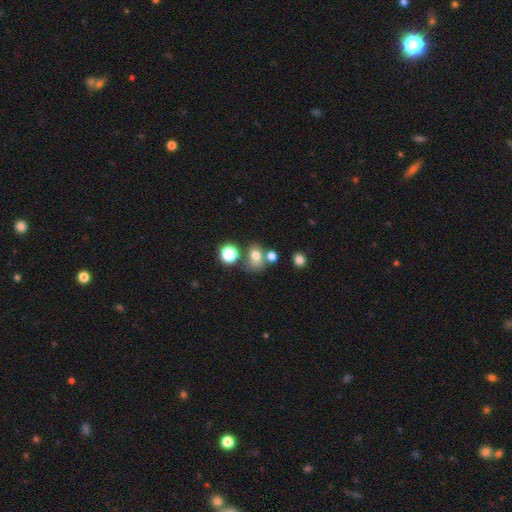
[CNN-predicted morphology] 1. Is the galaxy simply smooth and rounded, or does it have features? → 70% smooth, 17% star or artifact, 13% featured or disk.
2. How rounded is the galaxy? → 55% round, 44% in between, 1% cigar-shaped.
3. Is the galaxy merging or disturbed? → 55% none, 26% merger, 13% minor disturbance, 6% major disturbance.